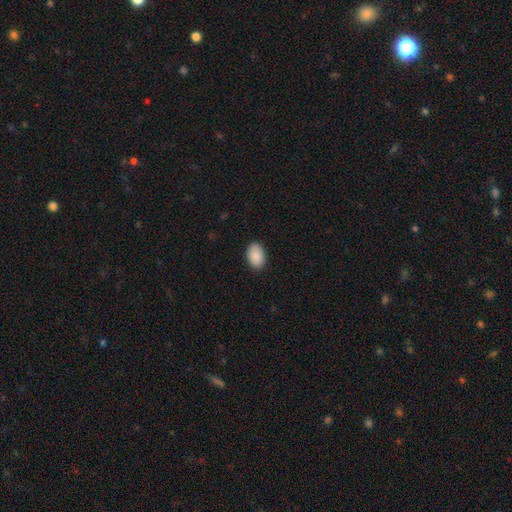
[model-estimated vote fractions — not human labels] Smooth or featured?
  - smooth: 90% *
  - star or artifact: 6%
  - featured or disk: 3%
How rounded?
  - in between: 91% *
  - round: 8%
  - cigar-shaped: 1%
Merging?
  - none: 89% *
  - minor disturbance: 8%
  - major disturbance: 2%
  - merger: 1%